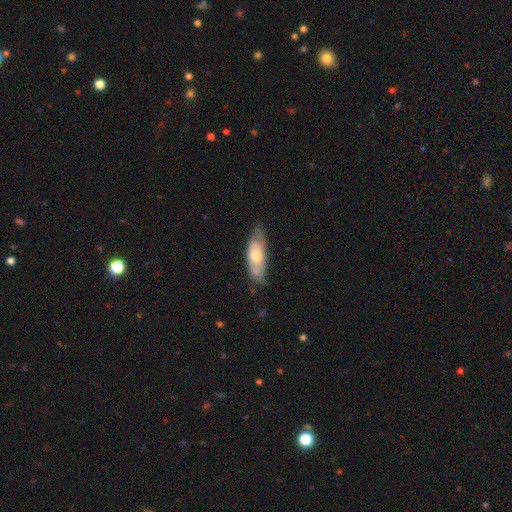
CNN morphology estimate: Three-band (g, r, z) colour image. It shows a smooth galaxy with no disk features (59%) that is in between round and cigar-shaped (59%). Merging: none (64%).